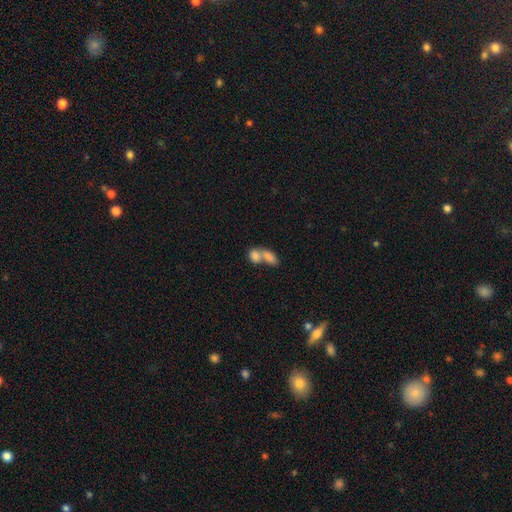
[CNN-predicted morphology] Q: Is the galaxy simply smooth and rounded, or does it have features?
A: smooth — 81%.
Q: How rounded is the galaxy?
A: in between — 82%.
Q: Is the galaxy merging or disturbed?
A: merger — 73%.